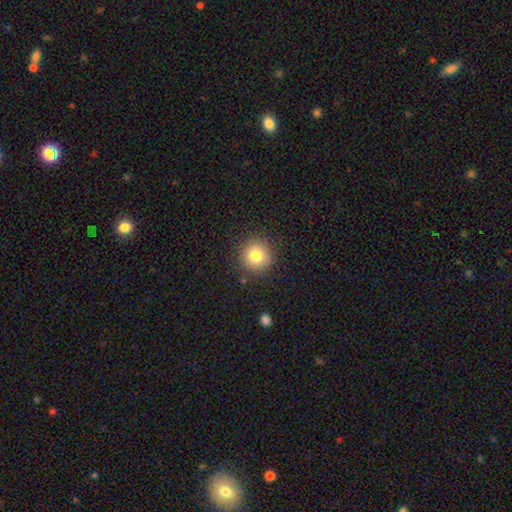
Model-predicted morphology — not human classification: smooth-or-featured: smooth: 80% | star or artifact: 11% | featured or disk: 8%
  how-rounded: round: 94% | in between: 5% | cigar-shaped: 1%
  merging: none: 89% | minor disturbance: 7% | major disturbance: 2% | merger: 1%